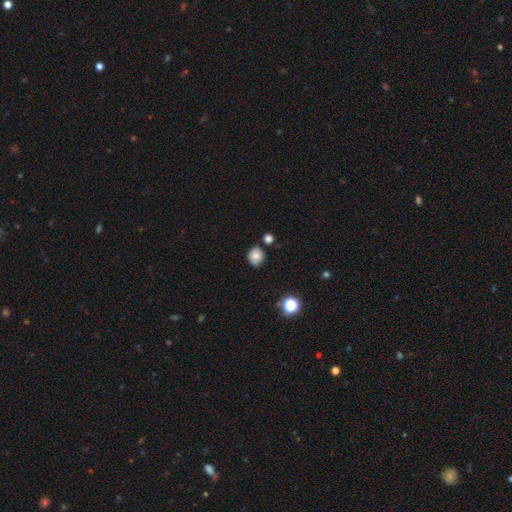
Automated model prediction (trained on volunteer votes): Smooth or featured: smooth — 79% (star or artifact — 11%)
How rounded: round — 80% (in between — 19%)
Merging: none — 77% (minor disturbance — 14%)